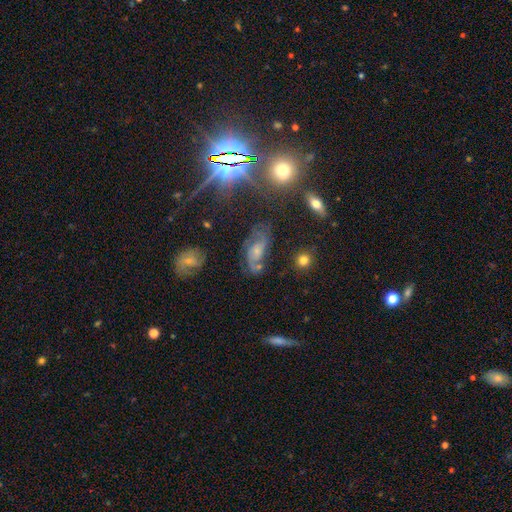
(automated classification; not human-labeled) Q: Smooth or featured?
A: featured or disk (60%); runner-up: smooth (21%)
Q: Edge-on disk?
A: no (90%); runner-up: yes (10%)
Q: Bar?
A: no (57%); runner-up: weak (35%)
Q: Spiral arms?
A: yes (86%); runner-up: no (14%)
Q: Bulge size?
A: small (43%); runner-up: moderate (38%)
Q: Merging?
A: none (60%); runner-up: minor disturbance (22%)